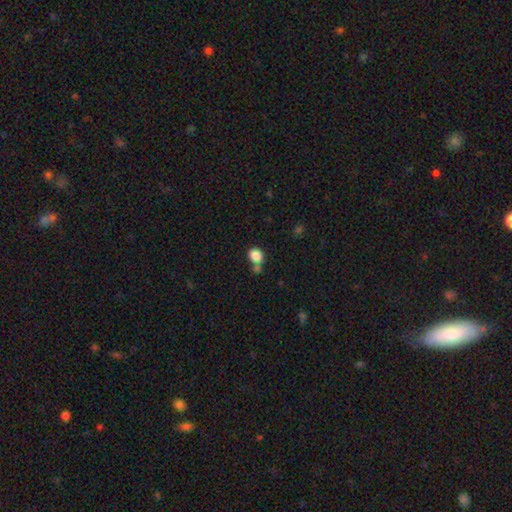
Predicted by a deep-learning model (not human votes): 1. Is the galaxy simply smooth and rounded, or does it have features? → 86% smooth, 10% star or artifact, 5% featured or disk.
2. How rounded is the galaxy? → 57% round, 42% in between, 1% cigar-shaped.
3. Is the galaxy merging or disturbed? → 55% none, 28% merger, 13% minor disturbance, 4% major disturbance.